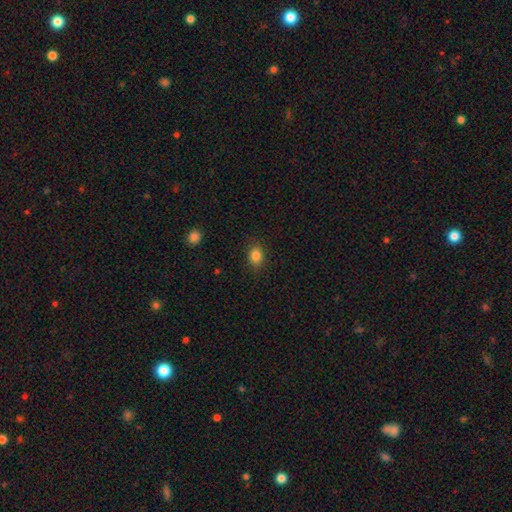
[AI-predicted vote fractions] Q: Smooth or featured?
A: smooth (84%); runner-up: star or artifact (11%)
Q: How rounded?
A: in between (55%); runner-up: round (44%)
Q: Merging?
A: none (86%); runner-up: minor disturbance (10%)